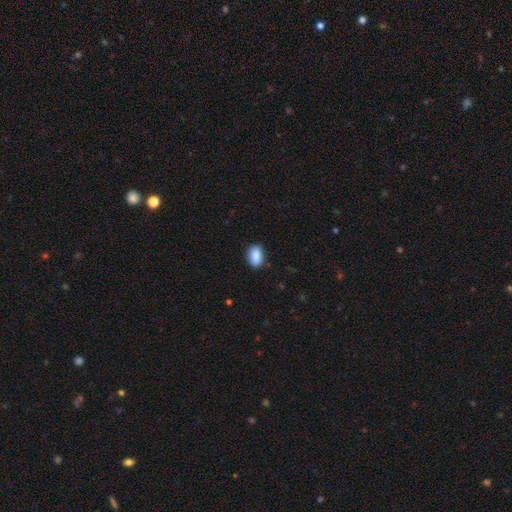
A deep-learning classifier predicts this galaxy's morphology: This is clearly a smooth galaxy (88%). How rounded: clearly in between (88%). Merging: clearly none (84%).